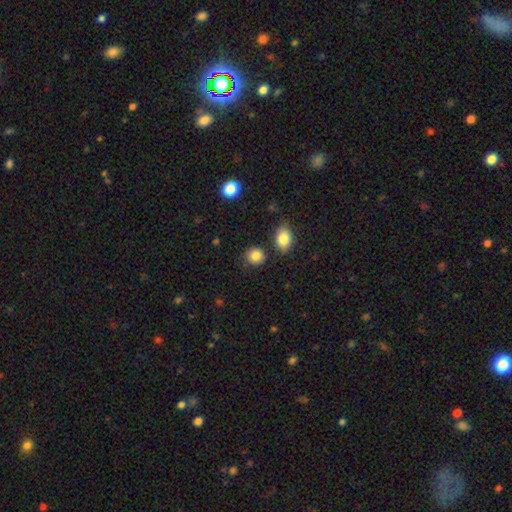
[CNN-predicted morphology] Smooth or featured?
  - smooth: 86% *
  - star or artifact: 9%
  - featured or disk: 5%
How rounded?
  - round: 76% *
  - in between: 23%
  - cigar-shaped: 1%
Merging?
  - none: 79% *
  - minor disturbance: 12%
  - merger: 6%
  - major disturbance: 3%